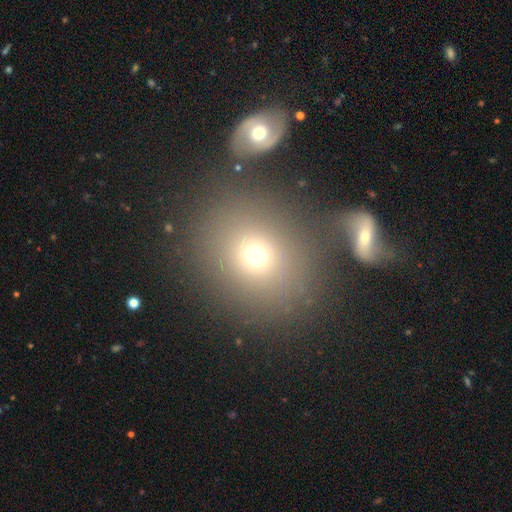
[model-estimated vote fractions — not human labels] smooth-or-featured: smooth: 70% | star or artifact: 15% | featured or disk: 14%
  how-rounded: round: 68% | in between: 31% | cigar-shaped: 1%
  merging: none: 67% | merger: 14% | minor disturbance: 12% | major disturbance: 7%